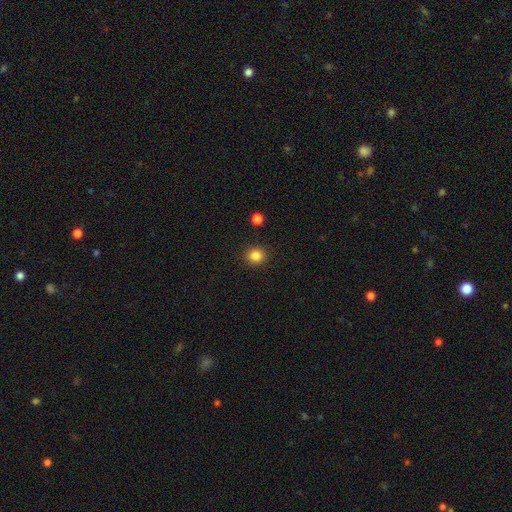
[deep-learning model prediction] The model was most divided on "smooth or featured": smooth: 84%, star or artifact: 11%, featured or disk: 4%. More confident: merging — none (90%); how rounded — round (87%).